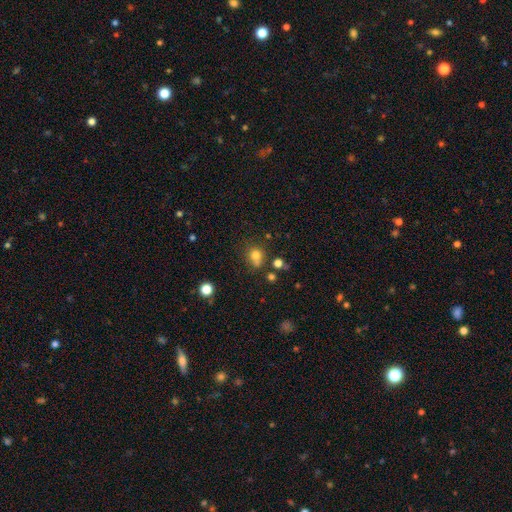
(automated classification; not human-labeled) A smooth galaxy with no disk features (77%) that is round (73%).

Vote fractions:
- Smooth or featured? smooth: 77% / star or artifact: 15% / featured or disk: 9%
- How rounded? round: 73% / in between: 26% / cigar-shaped: 1%
- Merging? none: 56% / merger: 19% / minor disturbance: 18% / major disturbance: 8%